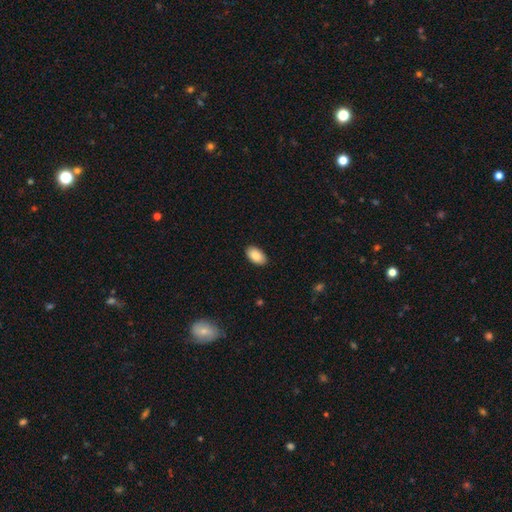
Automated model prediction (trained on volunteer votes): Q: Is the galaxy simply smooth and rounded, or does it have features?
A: smooth — 88%.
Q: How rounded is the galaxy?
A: in between — 95%.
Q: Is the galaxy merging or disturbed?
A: none — 89%.